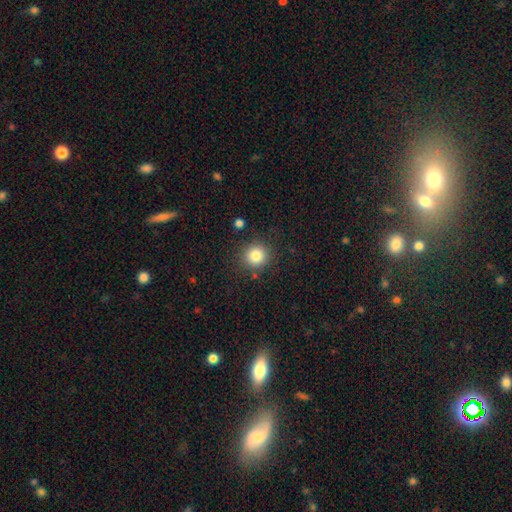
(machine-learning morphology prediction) smooth 83%, star or artifact 11%, featured or disk 6%. Down the decision tree: how rounded — round (91%); merging — none (87%).